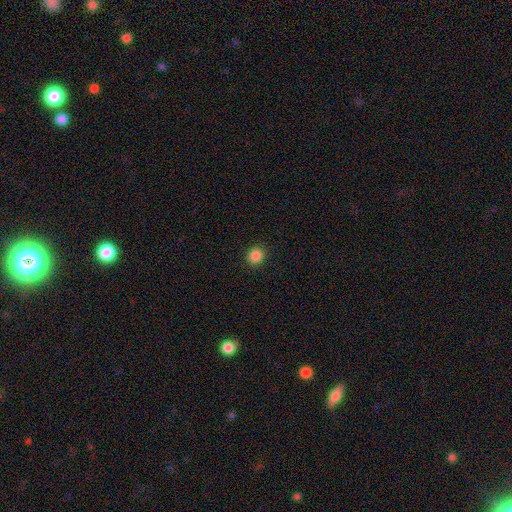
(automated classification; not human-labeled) smooth_or_featured: smooth (p=0.86) [alt: star or artifact p=0.11]
how_rounded: round (p=0.79) [alt: in between p=0.20]
merging: none (p=0.91) [alt: minor disturbance p=0.06]